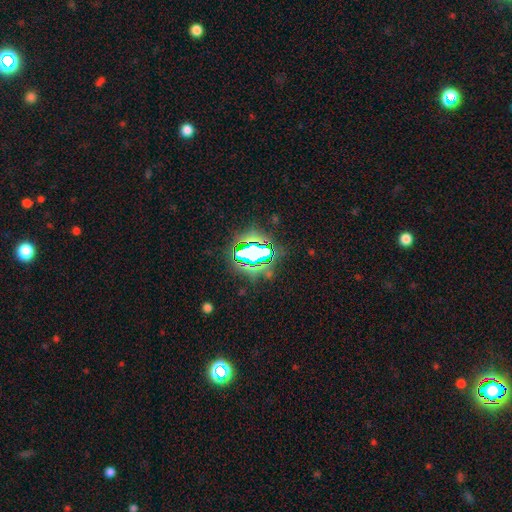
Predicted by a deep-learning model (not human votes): Q: Smooth or featured?
A: star or artifact (79%); runner-up: smooth (12%)